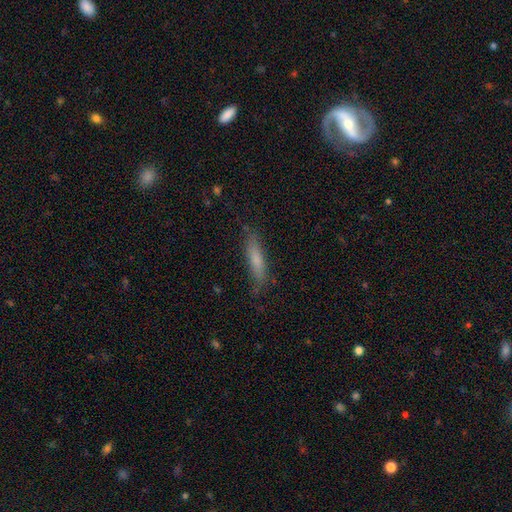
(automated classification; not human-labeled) smooth-or-featured: smooth: 55% | featured or disk: 35% | star or artifact: 10%
  how-rounded: cigar-shaped: 84% | in between: 14% | round: 2%
  merging: none: 79% | minor disturbance: 15% | major disturbance: 4% | merger: 2%